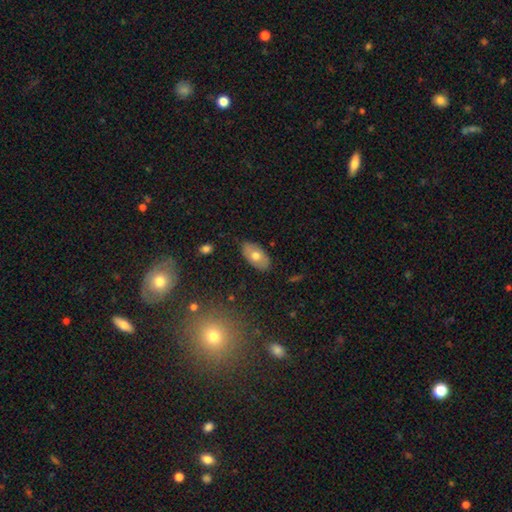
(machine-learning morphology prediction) Overall: smooth (66%; featured or disk 27%). How rounded: in between (93%). Merging: none (83%).